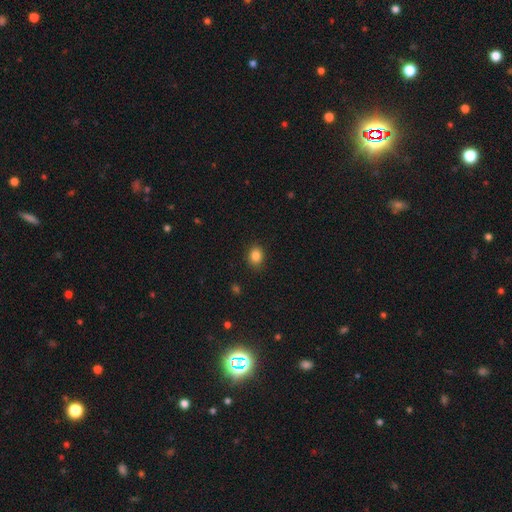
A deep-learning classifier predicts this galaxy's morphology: Smooth or featured: smooth — 85% (star or artifact — 11%)
How rounded: round — 51% (in between — 48%)
Merging: none — 87% (minor disturbance — 9%)